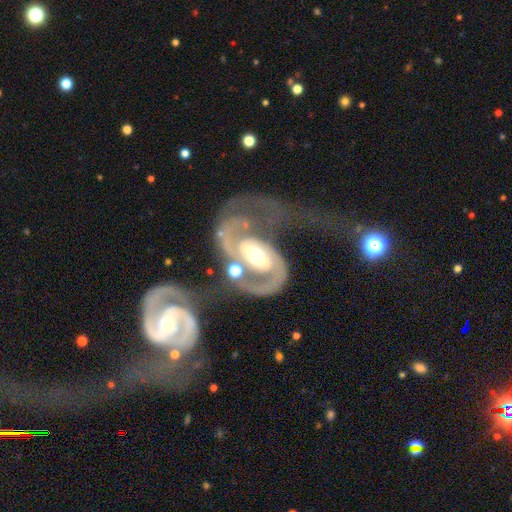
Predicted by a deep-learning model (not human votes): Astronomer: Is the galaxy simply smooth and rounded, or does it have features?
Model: featured or disk — 90%.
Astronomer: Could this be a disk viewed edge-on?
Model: no — 97%.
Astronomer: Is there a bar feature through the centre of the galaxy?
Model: no — 40% (runner-up: weak, 37%).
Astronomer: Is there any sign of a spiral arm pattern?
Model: yes — 96%.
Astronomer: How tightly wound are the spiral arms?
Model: medium — 44% (runner-up: tight, 37%).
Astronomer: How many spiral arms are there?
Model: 2 — 66%.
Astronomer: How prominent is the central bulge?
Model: moderate — 66%.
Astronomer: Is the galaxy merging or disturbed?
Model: major disturbance — 34% (runner-up: merger, 27%).